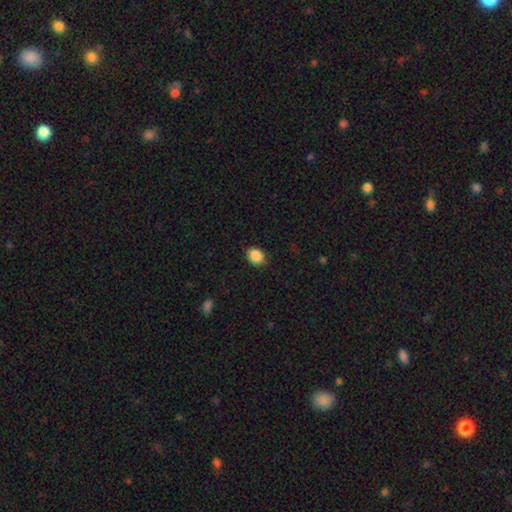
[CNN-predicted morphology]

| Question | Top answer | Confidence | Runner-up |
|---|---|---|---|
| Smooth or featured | smooth | 89% | star or artifact (8%) |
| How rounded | in between | 54% | round (45%) |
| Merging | none | 89% | minor disturbance (8%) |